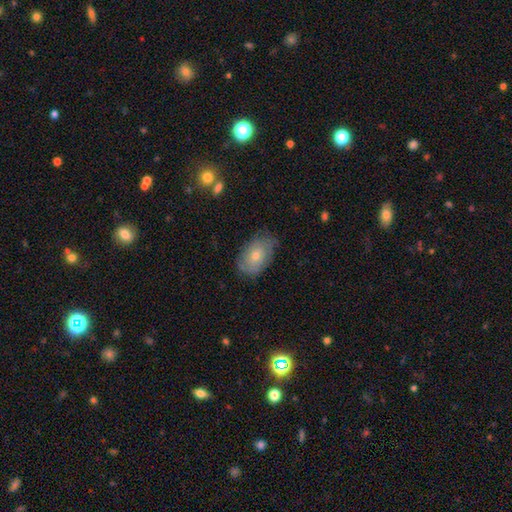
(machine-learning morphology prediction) smooth 48%, featured or disk 42%, star or artifact 10%. Down the decision tree: merging — none (73%).